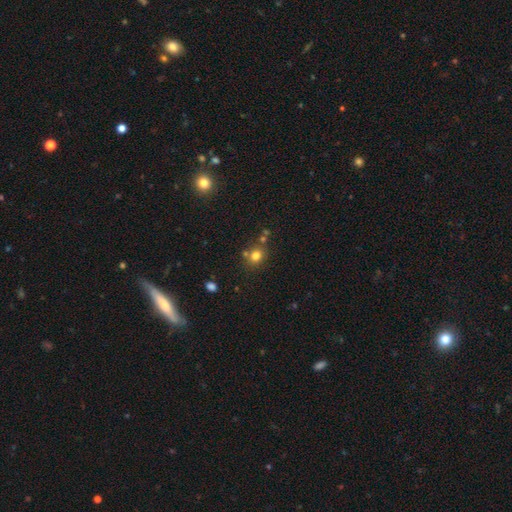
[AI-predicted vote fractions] Overall: smooth (77%). How rounded: round (78%). Merging: none (69%).